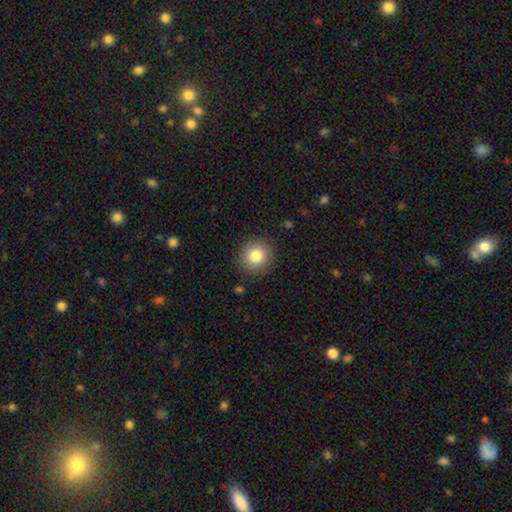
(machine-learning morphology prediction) Smooth or featured: smooth — 82% (star or artifact — 10%)
How rounded: round — 90% (in between — 9%)
Merging: none — 89% (minor disturbance — 7%)